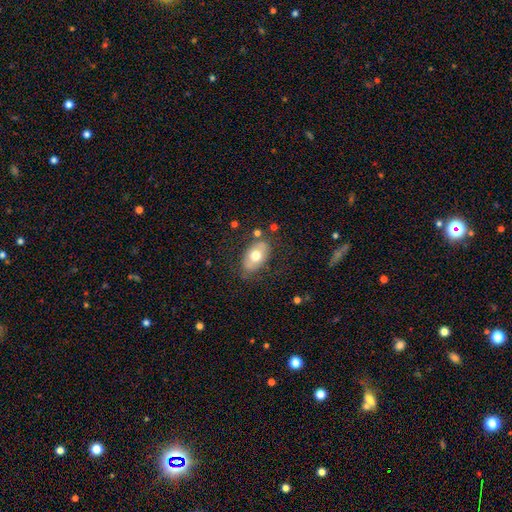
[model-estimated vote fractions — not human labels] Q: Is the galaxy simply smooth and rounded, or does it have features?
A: smooth — 63%.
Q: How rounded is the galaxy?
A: in between — 90%.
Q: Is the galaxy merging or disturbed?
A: none — 71%.